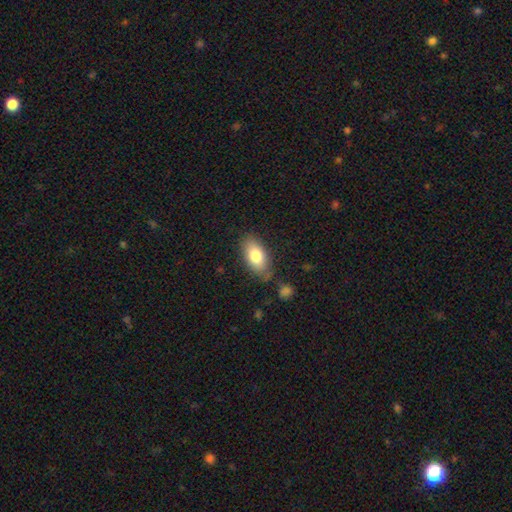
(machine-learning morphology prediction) Smooth or featured? Predicted: smooth (p=0.79). How rounded? Predicted: in between (p=0.90). Merging? Predicted: none (p=0.77).